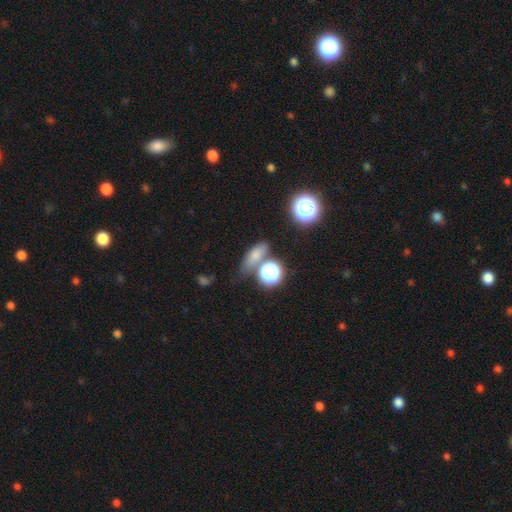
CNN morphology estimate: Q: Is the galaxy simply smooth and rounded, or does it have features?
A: smooth — 66%.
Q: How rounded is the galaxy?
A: in between — 56%.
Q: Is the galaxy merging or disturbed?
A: none — 65%.